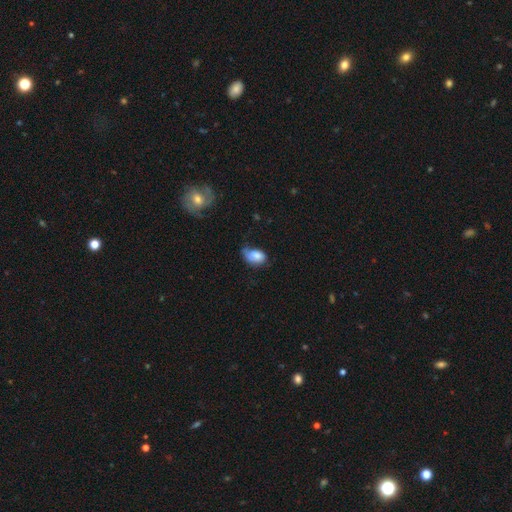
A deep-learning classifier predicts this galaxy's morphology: A smooth galaxy with no disk features (79%) that is in between round and cigar-shaped (87%).

Vote fractions:
- Smooth or featured? smooth: 79% / featured or disk: 13% / star or artifact: 8%
- How rounded? in between: 87% / round: 11% / cigar-shaped: 1%
- Merging? minor disturbance: 40% / none: 38% / major disturbance: 18% / merger: 4%